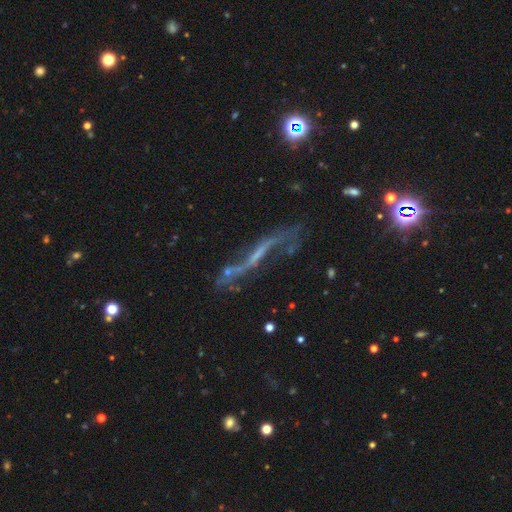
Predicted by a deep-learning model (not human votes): smooth-or-featured: featured or disk: 66% | star or artifact: 18% | smooth: 16%
  disk-edge-on: no: 52% | yes: 48%
  merging: none: 44% | major disturbance: 24% | minor disturbance: 21% | merger: 11%